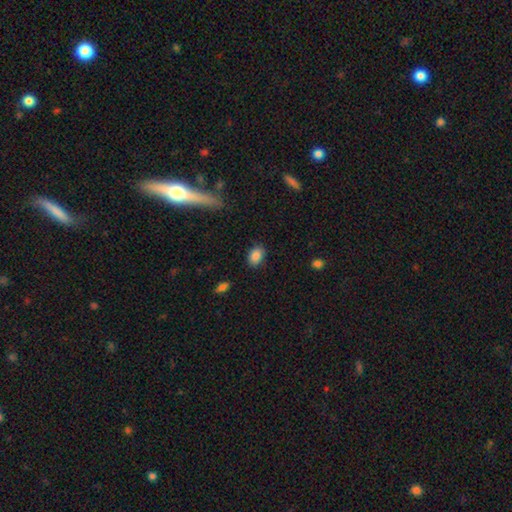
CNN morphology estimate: The model was most divided on "how rounded": in between: 80%, round: 19%, cigar-shaped: 1%. More confident: smooth or featured — smooth (87%); merging — none (85%).